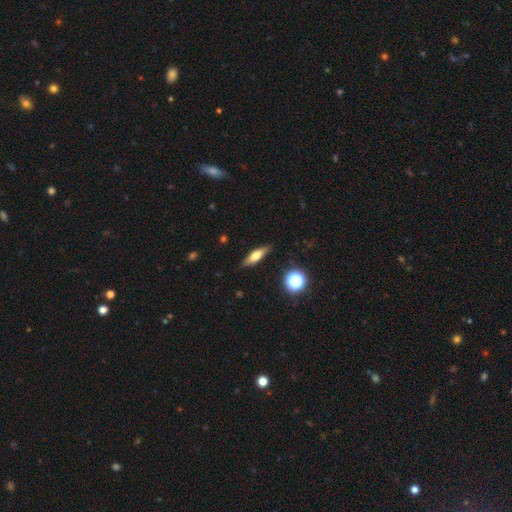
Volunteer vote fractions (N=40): smooth-or-featured: smooth: 48% | featured or disk: 40% | star or artifact: 12%
  how-rounded: cigar-shaped: 53% | in between: 47% | round: 0%
  merging: none: 89% | minor disturbance: 9% | major disturbance: 3% | merger: 0%